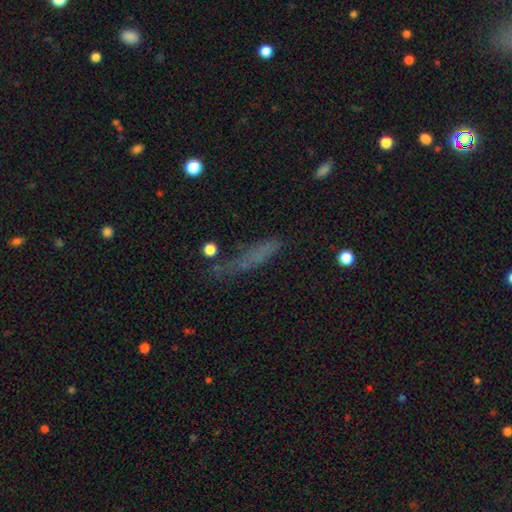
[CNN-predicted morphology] Smooth or featured? Predicted: smooth (p=0.57). How rounded? Predicted: cigar-shaped (p=0.76). Merging? Predicted: none (p=0.53).